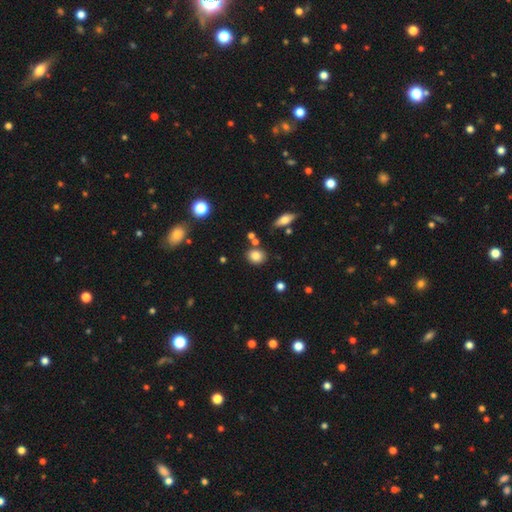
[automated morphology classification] This is clearly a smooth galaxy (82%). How rounded: likely round (66%). Merging: likely none (78%).